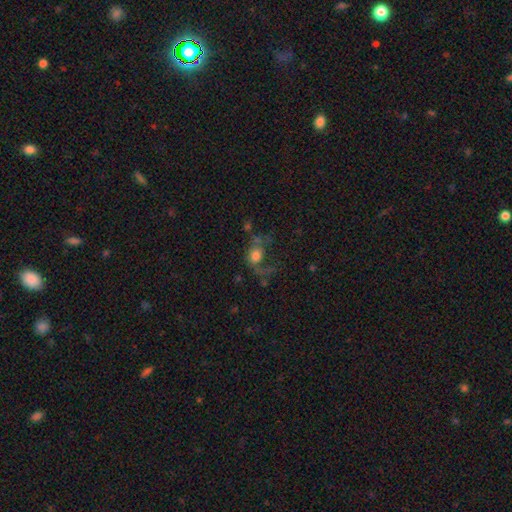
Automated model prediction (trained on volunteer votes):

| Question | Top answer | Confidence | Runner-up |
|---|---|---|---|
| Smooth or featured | smooth | 62% | featured or disk (25%) |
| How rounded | round | 52% | in between (46%) |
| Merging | major disturbance | 43% | none (30%) |